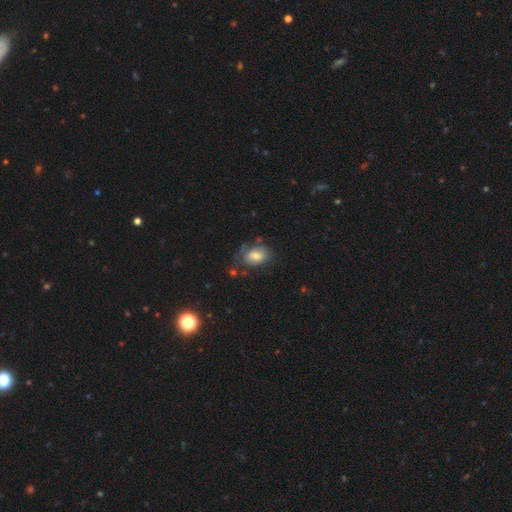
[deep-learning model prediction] Q: Smooth or featured?
A: smooth (74%); runner-up: featured or disk (17%)
Q: How rounded?
A: in between (83%); runner-up: round (16%)
Q: Merging?
A: none (55%); runner-up: minor disturbance (27%)